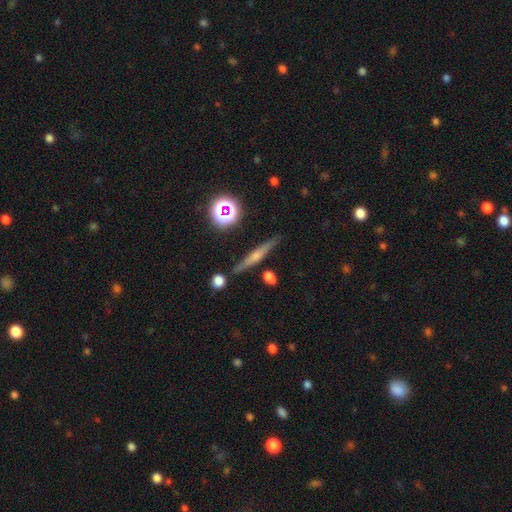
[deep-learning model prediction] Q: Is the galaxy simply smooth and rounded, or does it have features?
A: featured or disk — 57%.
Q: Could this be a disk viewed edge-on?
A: yes — 95%.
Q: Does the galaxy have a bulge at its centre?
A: rounded — 69%.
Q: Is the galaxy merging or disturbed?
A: none — 85%.